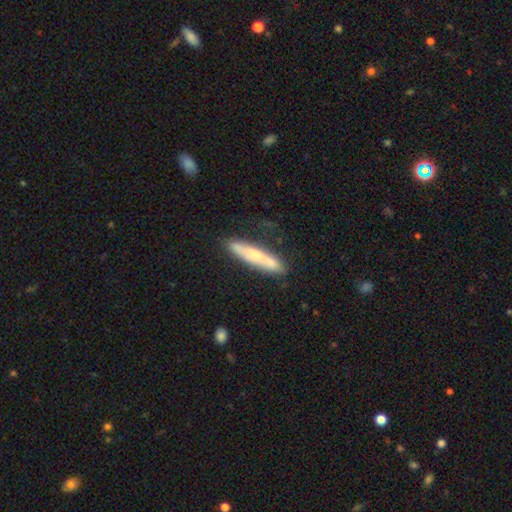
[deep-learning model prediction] Smooth or featured?
  - smooth: 56% *
  - featured or disk: 38%
  - star or artifact: 6%
How rounded?
  - cigar-shaped: 89% *
  - in between: 9%
  - round: 1%
Merging?
  - none: 76% *
  - minor disturbance: 17%
  - merger: 4%
  - major disturbance: 4%